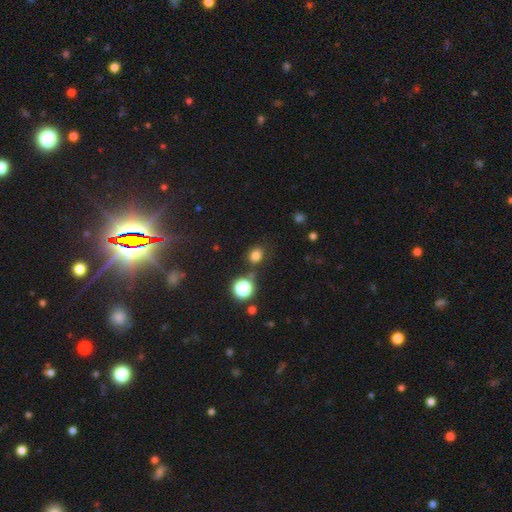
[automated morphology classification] The model was most divided on "how rounded": round: 54%, in between: 44%, cigar-shaped: 1%. More confident: merging — none (79%); smooth or featured — smooth (77%).